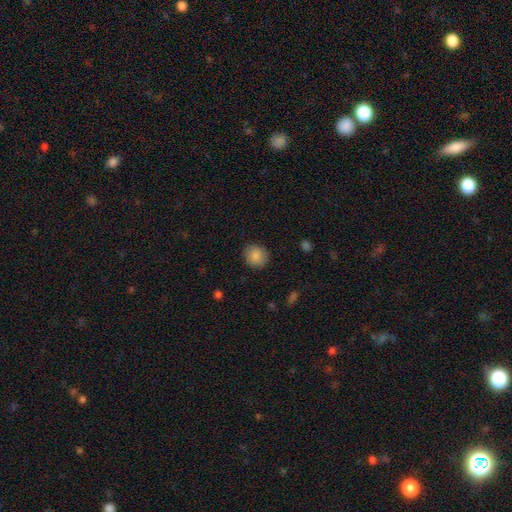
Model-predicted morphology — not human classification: Smooth or featured? Predicted: smooth (p=0.87). How rounded? Predicted: round (p=0.81). Merging? Predicted: none (p=0.88).